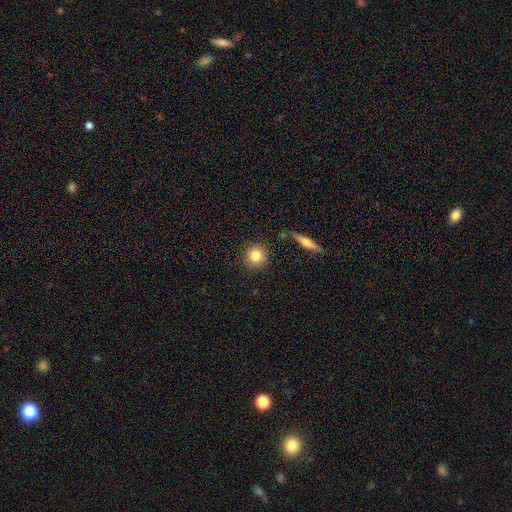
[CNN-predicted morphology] A smooth galaxy with no disk features (83%) that is round (90%).

Vote fractions:
- Smooth or featured? smooth: 83% / star or artifact: 9% / featured or disk: 8%
- How rounded? round: 90% / in between: 9% / cigar-shaped: 2%
- Merging? none: 87% / minor disturbance: 8% / merger: 3% / major disturbance: 2%